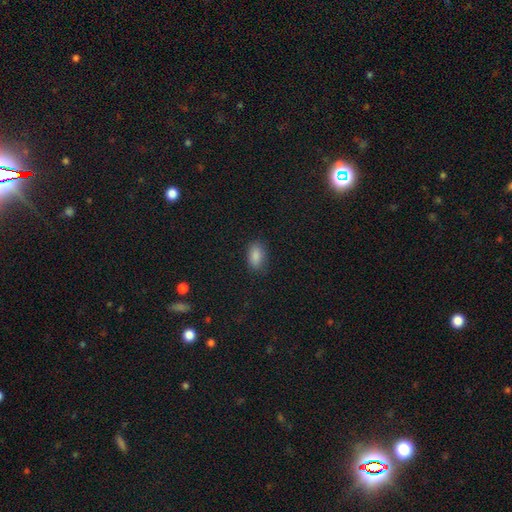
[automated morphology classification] A smooth galaxy with no disk features (85%) that is in between round and cigar-shaped (90%).

Vote fractions:
- Smooth or featured? smooth: 85% / star or artifact: 10% / featured or disk: 5%
- How rounded? in between: 90% / round: 7% / cigar-shaped: 3%
- Merging? none: 81% / minor disturbance: 15% / major disturbance: 3% / merger: 1%